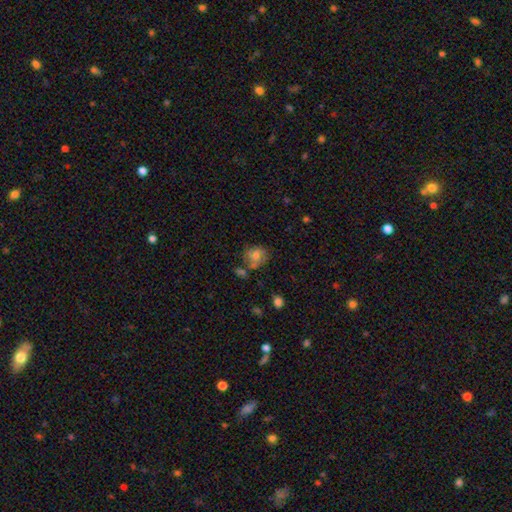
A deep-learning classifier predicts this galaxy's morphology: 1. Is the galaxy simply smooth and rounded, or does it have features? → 67% smooth, 22% featured or disk, 12% star or artifact.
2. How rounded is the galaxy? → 65% round, 34% in between, 1% cigar-shaped.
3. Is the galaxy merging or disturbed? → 52% none, 21% minor disturbance, 18% merger, 8% major disturbance.